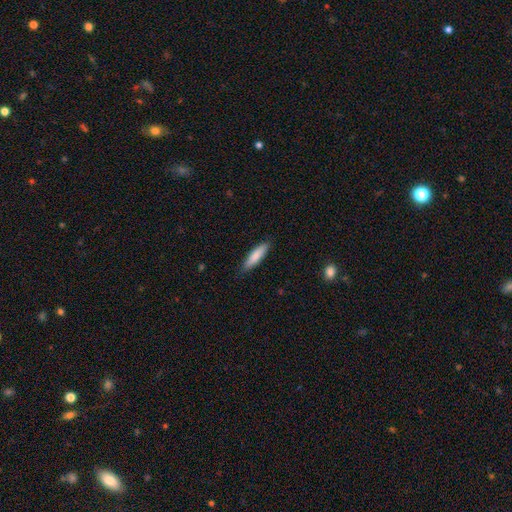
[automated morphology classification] smooth-or-featured: smooth: 82% | featured or disk: 13% | star or artifact: 6%
  how-rounded: cigar-shaped: 73% | in between: 26% | round: 1%
  merging: none: 84% | minor disturbance: 12% | major disturbance: 2% | merger: 1%